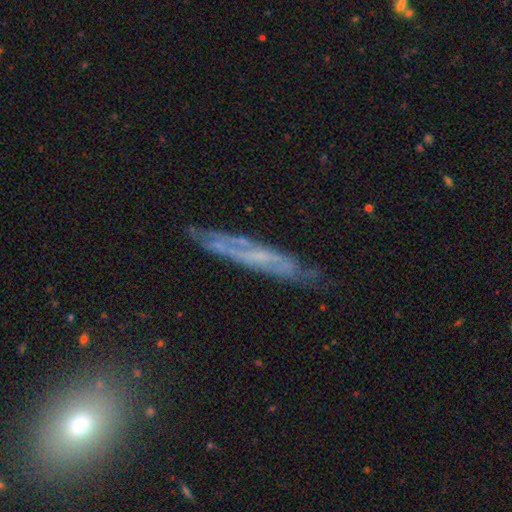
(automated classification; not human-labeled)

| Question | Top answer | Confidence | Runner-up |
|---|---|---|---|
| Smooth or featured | featured or disk | 66% | smooth (25%) |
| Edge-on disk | yes | 58% | no (42%) |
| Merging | none | 72% | minor disturbance (19%) |